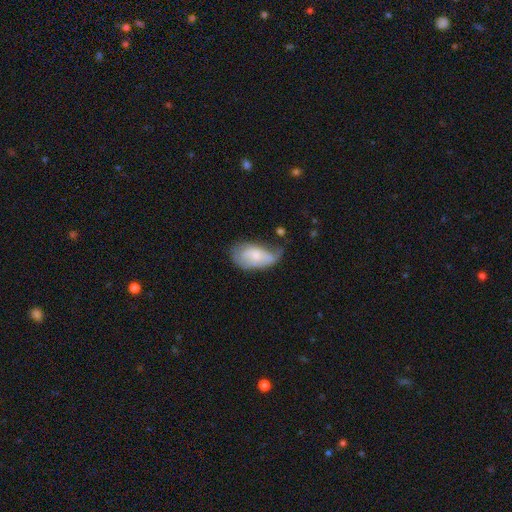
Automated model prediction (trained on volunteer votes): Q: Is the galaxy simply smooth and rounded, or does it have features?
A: smooth — 54%.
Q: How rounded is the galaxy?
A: in between — 92%.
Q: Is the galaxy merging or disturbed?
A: minor disturbance — 38%.